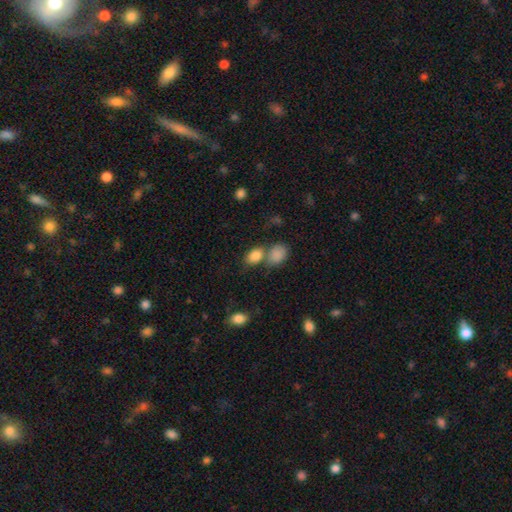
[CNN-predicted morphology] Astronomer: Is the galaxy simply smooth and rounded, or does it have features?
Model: smooth — 85%.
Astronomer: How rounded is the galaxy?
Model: in between — 79%.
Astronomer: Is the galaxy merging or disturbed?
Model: none — 43% (runner-up: merger, 42%).